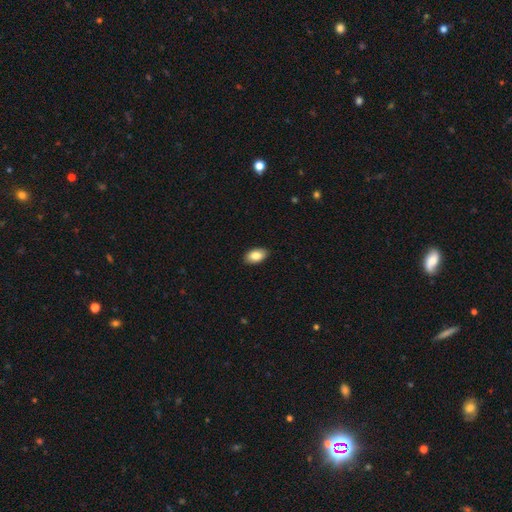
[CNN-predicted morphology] Smooth or featured? smooth (85%)
How rounded? in between (93%)
Merging? none (90%)